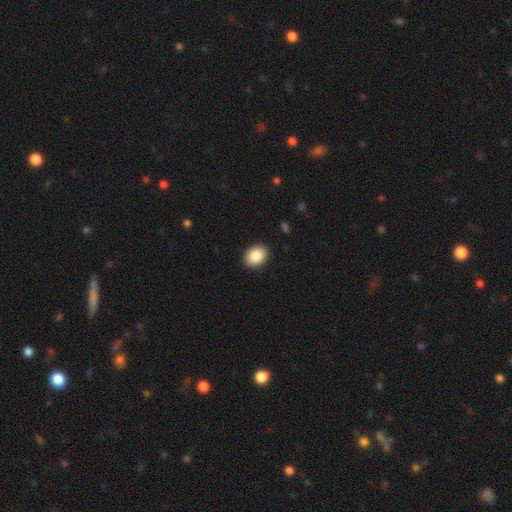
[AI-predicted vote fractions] The model was most divided on "how rounded": in between: 66%, round: 33%, cigar-shaped: 1%. More confident: merging — none (90%); smooth or featured — smooth (88%).